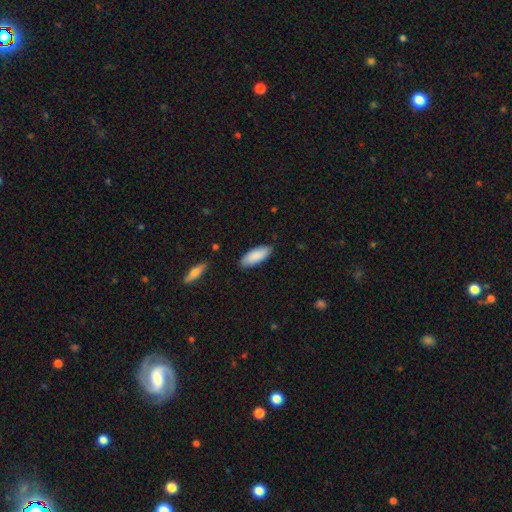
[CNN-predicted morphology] Q: Smooth or featured?
A: smooth (89%); runner-up: star or artifact (6%)
Q: How rounded?
A: in between (80%); runner-up: cigar-shaped (19%)
Q: Merging?
A: none (85%); runner-up: minor disturbance (11%)